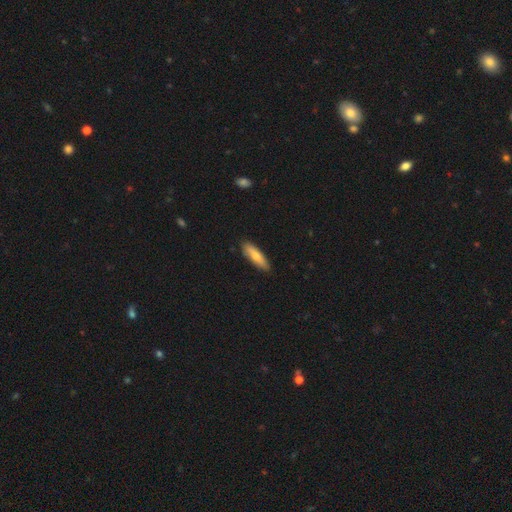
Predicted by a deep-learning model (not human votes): Smooth or featured? smooth (71%)
How rounded? cigar-shaped (63%)
Merging? none (86%)